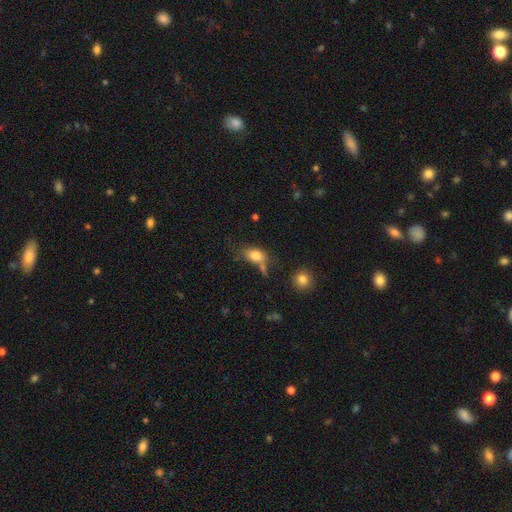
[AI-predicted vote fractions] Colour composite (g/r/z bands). It shows a smooth galaxy with no disk features (79%) that is in between round and cigar-shaped (82%). Merging: none (50%).